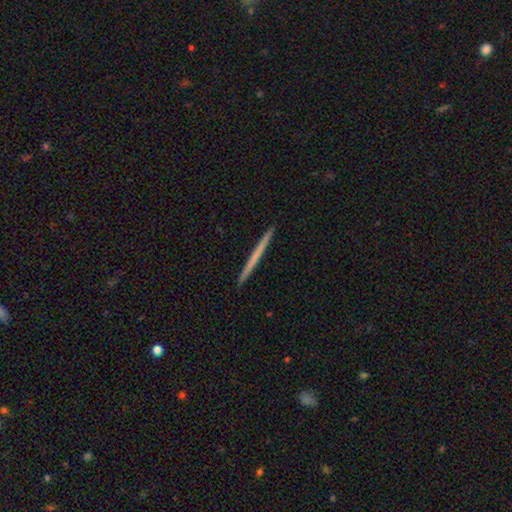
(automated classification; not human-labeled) The model was most divided on "smooth or featured": smooth: 49%, featured or disk: 45%, star or artifact: 5%. More confident: merging — none (94%).